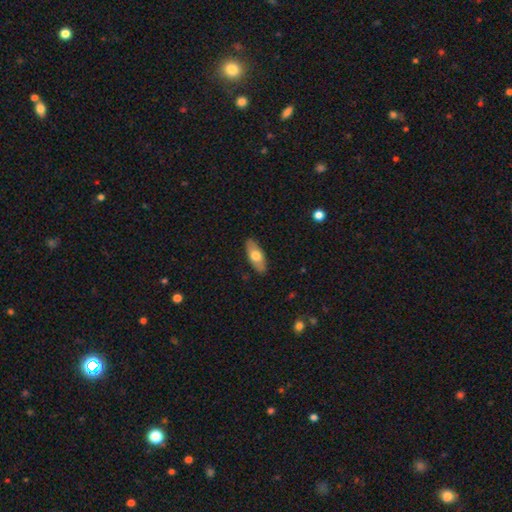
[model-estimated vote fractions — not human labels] The model was most divided on "smooth or featured": smooth: 64%, featured or disk: 30%, star or artifact: 6%. More confident: merging — none (88%); how rounded — in between (82%).